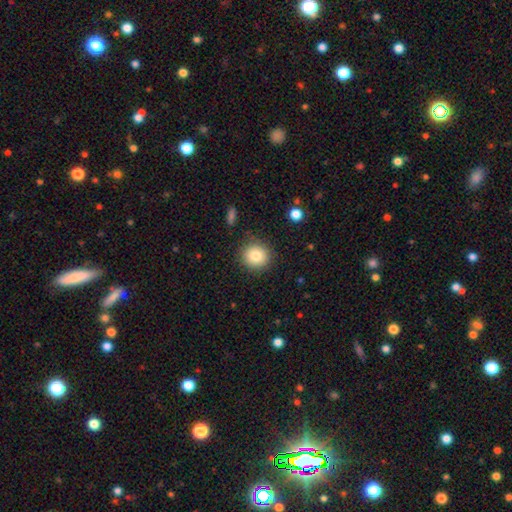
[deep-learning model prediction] smooth_or_featured: smooth (p=0.82) [alt: star or artifact p=0.10]
how_rounded: round (p=0.91) [alt: in between p=0.08]
merging: none (p=0.86) [alt: minor disturbance p=0.09]